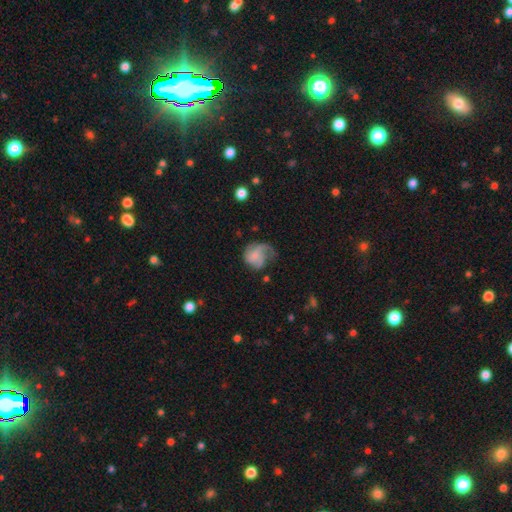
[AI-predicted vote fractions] This appears to be a featured or disk galaxy (48%). Merging: major disturbance (38%).